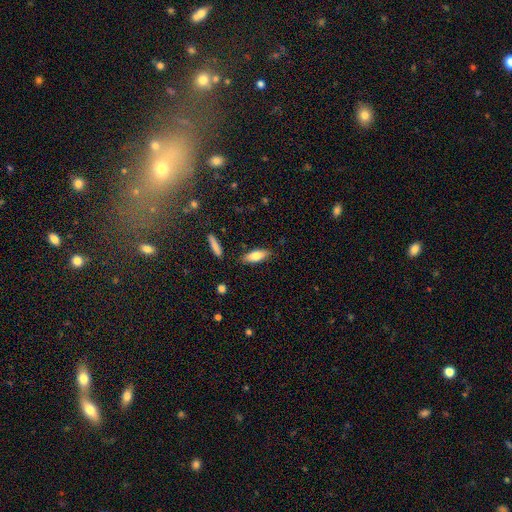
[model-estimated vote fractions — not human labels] Smooth or featured: smooth — 75% (featured or disk — 19%)
How rounded: in between — 60% (cigar-shaped — 38%)
Merging: none — 84% (minor disturbance — 11%)